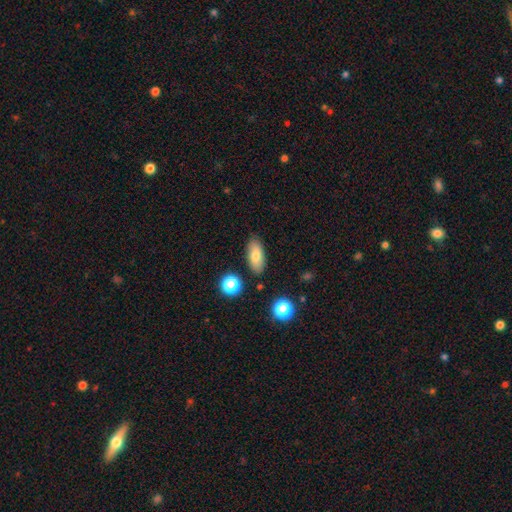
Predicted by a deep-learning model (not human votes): Smooth or featured?
  - smooth: 76% *
  - featured or disk: 15%
  - star or artifact: 9%
How rounded?
  - in between: 85% *
  - cigar-shaped: 11%
  - round: 5%
Merging?
  - none: 85% *
  - minor disturbance: 10%
  - merger: 2%
  - major disturbance: 2%